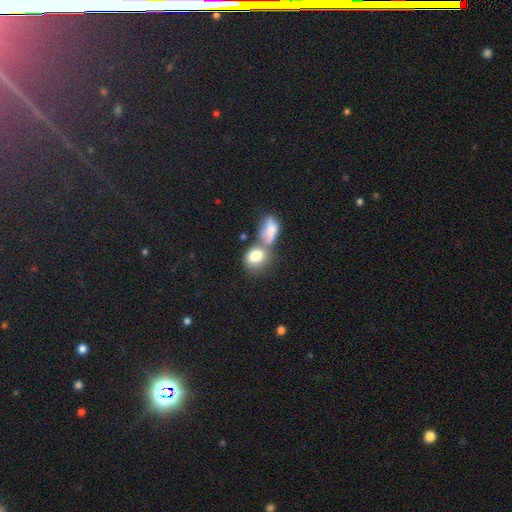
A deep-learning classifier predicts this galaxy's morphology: Q: Smooth or featured?
A: smooth (79%); runner-up: featured or disk (13%)
Q: How rounded?
A: in between (65%); runner-up: round (32%)
Q: Merging?
A: merger (53%); runner-up: none (30%)